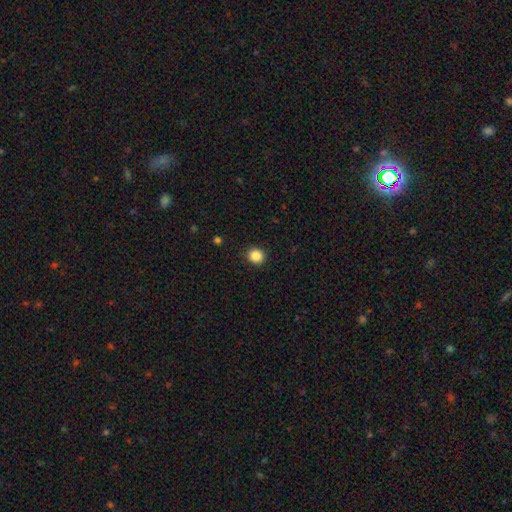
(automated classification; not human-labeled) A smooth galaxy with no disk features (86%) that is round (85%).

Vote fractions:
- Smooth or featured? smooth: 86% / star or artifact: 10% / featured or disk: 3%
- How rounded? round: 85% / in between: 14% / cigar-shaped: 1%
- Merging? none: 91% / minor disturbance: 6% / major disturbance: 2% / merger: 1%